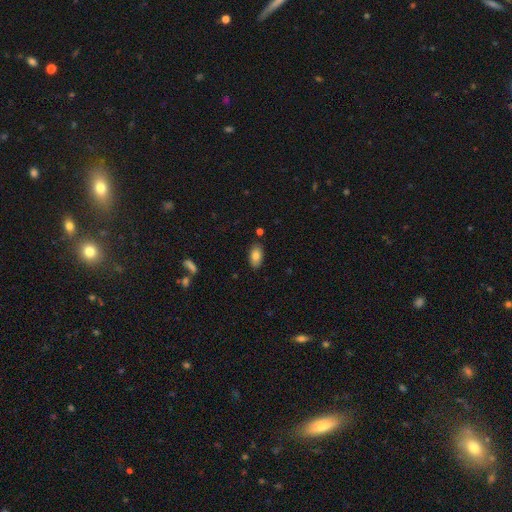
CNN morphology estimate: The model was most divided on "smooth or featured": smooth: 82%, featured or disk: 10%, star or artifact: 8%. More confident: how rounded — in between (93%); merging — none (85%).